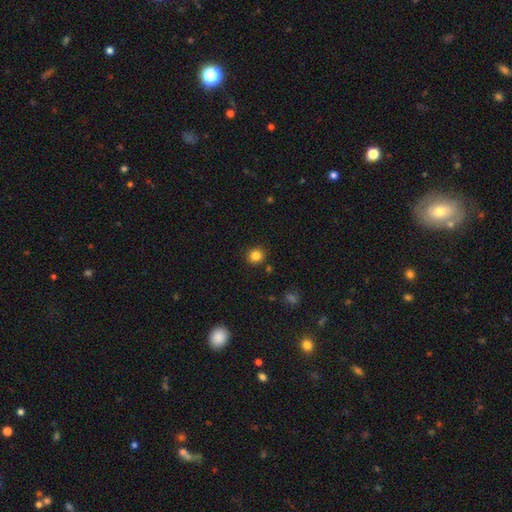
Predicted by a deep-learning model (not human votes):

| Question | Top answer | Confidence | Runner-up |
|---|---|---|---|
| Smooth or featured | smooth | 83% | star or artifact (12%) |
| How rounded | round | 87% | in between (12%) |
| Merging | none | 89% | minor disturbance (7%) |